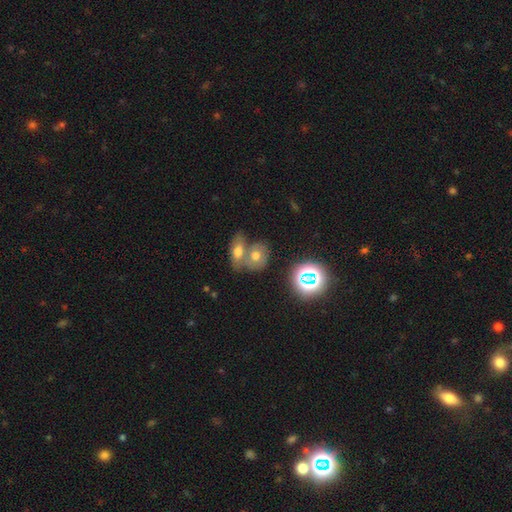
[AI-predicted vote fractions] Q: Smooth or featured?
A: smooth (55%); runner-up: featured or disk (26%)
Q: How rounded?
A: in between (49%); runner-up: round (48%)
Q: Merging?
A: merger (58%); runner-up: none (30%)